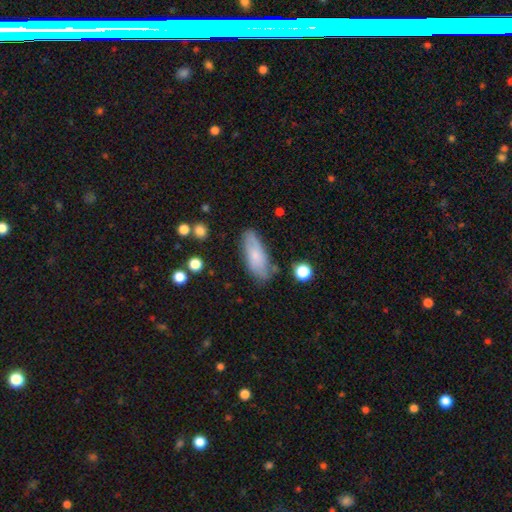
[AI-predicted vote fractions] This appears to be a smooth galaxy with no disk features (67%) that is in between round and cigar-shaped (76%). Merging: none (72%).